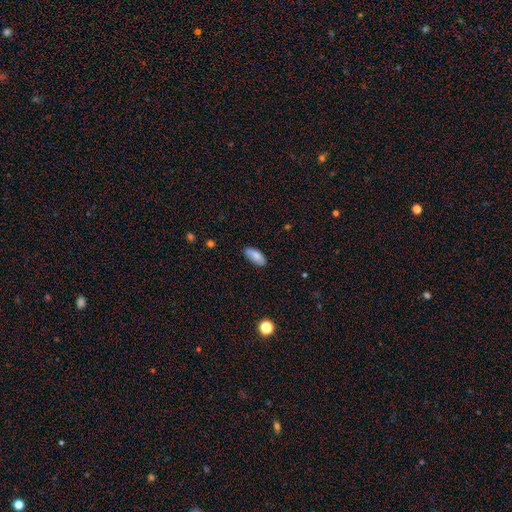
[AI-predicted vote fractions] Overall: smooth (82%). How rounded: in between (87%). Merging: none (78%).